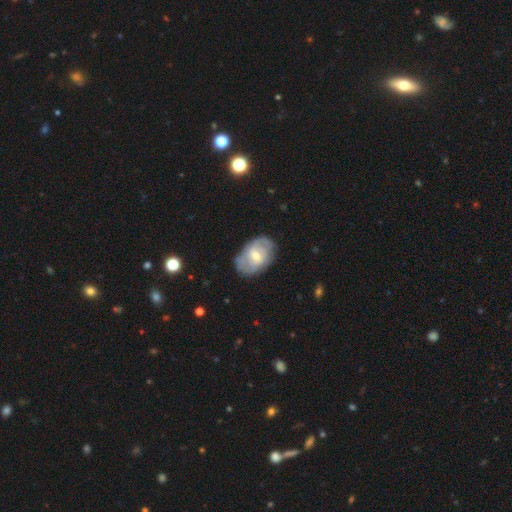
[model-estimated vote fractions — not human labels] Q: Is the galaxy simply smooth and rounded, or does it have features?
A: featured or disk — 62%.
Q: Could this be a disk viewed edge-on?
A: no — 96%.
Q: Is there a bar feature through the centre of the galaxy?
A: weak — 52%.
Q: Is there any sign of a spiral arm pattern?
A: yes — 75%.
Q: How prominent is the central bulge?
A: moderate — 50%.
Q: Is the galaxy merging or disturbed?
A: none — 71%.